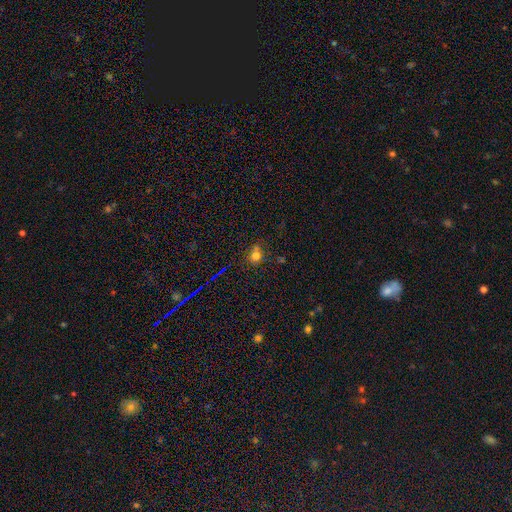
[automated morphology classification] type=smooth (74%); roundness=round (72%); merging=none (60%).